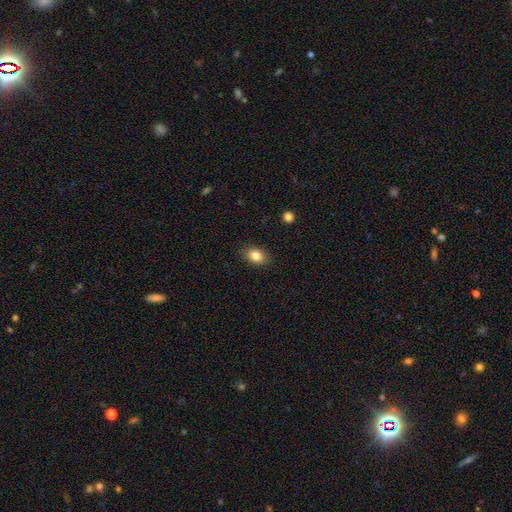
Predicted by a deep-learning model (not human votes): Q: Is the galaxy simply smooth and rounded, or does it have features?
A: smooth — 83%.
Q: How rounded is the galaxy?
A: in between — 75%.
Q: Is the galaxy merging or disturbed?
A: none — 87%.